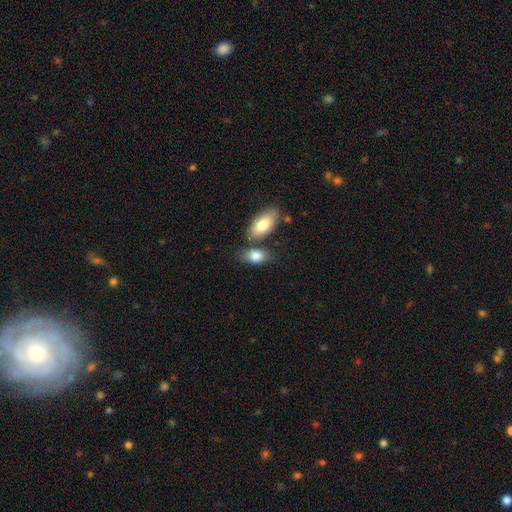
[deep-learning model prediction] Morphology: type=smooth (82%); roundness=in between (89%); merging=none (55%).